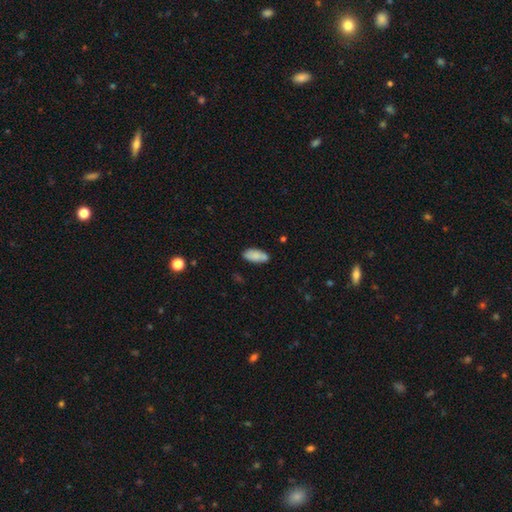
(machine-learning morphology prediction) The model was most divided on "merging": none: 74%, minor disturbance: 18%, merger: 5%, major disturbance: 3%. More confident: how rounded — in between (89%); smooth or featured — smooth (83%).